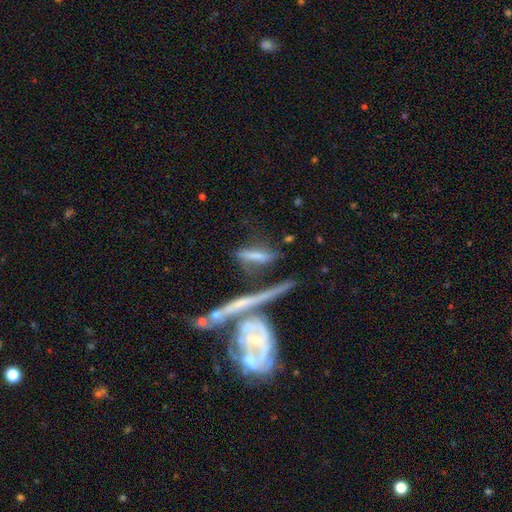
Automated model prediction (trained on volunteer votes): Smooth or featured: smooth — 63% (featured or disk — 27%)
How rounded: cigar-shaped — 74% (in between — 22%)
Merging: none — 51% (minor disturbance — 19%)